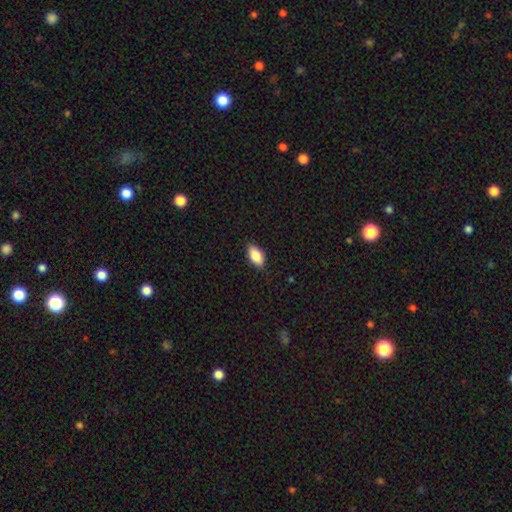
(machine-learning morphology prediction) Overall: smooth (84%). How rounded: in between (91%). Merging: none (87%).